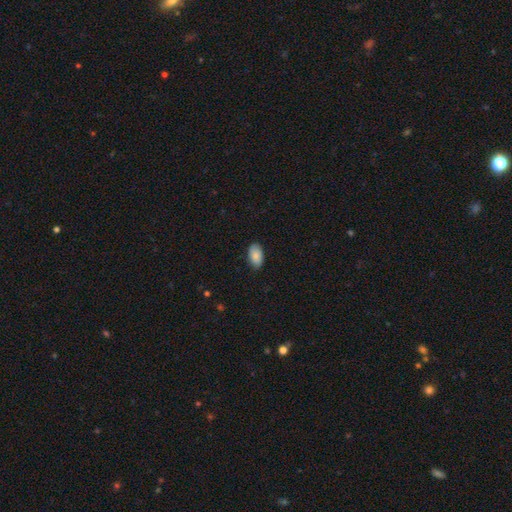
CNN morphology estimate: smooth_or_featured: smooth (p=0.85) [alt: featured or disk p=0.08]
how_rounded: in between (p=0.94) [alt: round p=0.04]
merging: none (p=0.84) [alt: minor disturbance p=0.13]